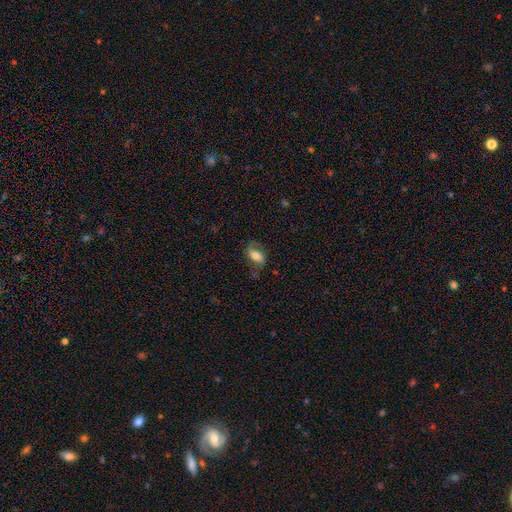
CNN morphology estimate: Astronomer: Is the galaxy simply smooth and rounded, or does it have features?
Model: smooth — 57% (runner-up: featured or disk, 35%).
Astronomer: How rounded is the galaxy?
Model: in between — 86%.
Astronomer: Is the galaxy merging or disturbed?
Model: none — 63%.